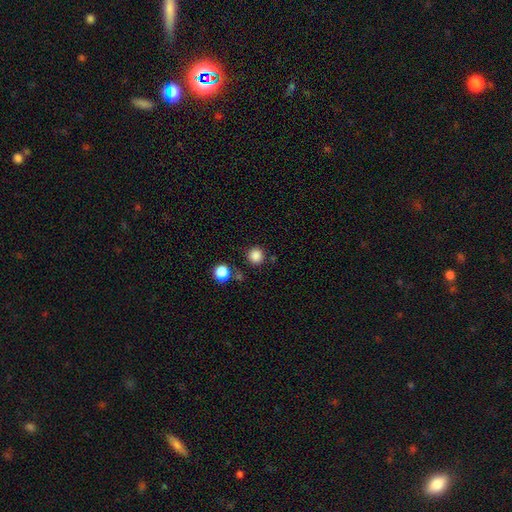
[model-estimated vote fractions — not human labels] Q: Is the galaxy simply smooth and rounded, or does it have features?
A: smooth — 85%.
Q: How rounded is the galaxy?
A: round — 94%.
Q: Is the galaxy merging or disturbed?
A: none — 85%.